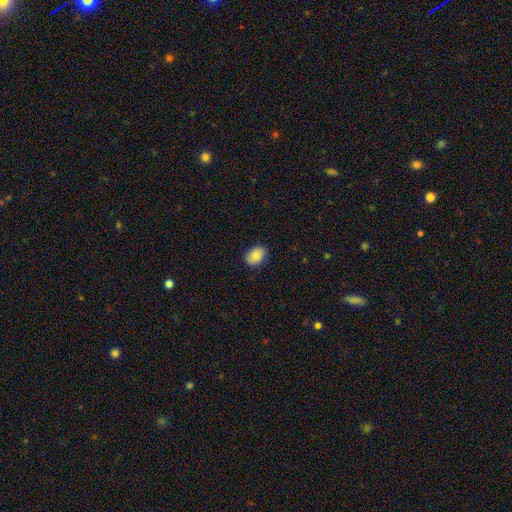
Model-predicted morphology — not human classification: smooth_or_featured: smooth (p=0.86) [alt: star or artifact p=0.08]
how_rounded: in between (p=0.74) [alt: round p=0.25]
merging: none (p=0.86) [alt: minor disturbance p=0.11]